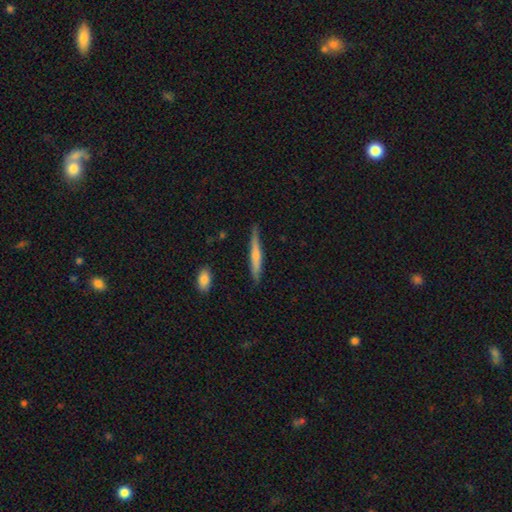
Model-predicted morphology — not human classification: A featured or disk galaxy (48%).

Vote fractions:
- Smooth or featured? featured or disk: 48% / smooth: 46% / star or artifact: 6%
- Merging? none: 84% / minor disturbance: 12% / major disturbance: 2% / merger: 1%